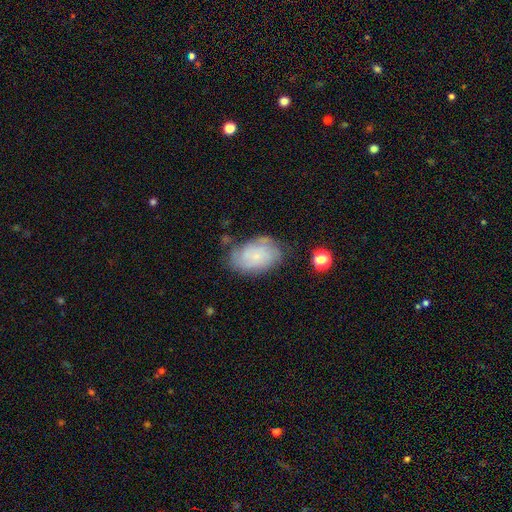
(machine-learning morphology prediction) Smooth or featured? featured or disk (47%)
Merging? none (62%)